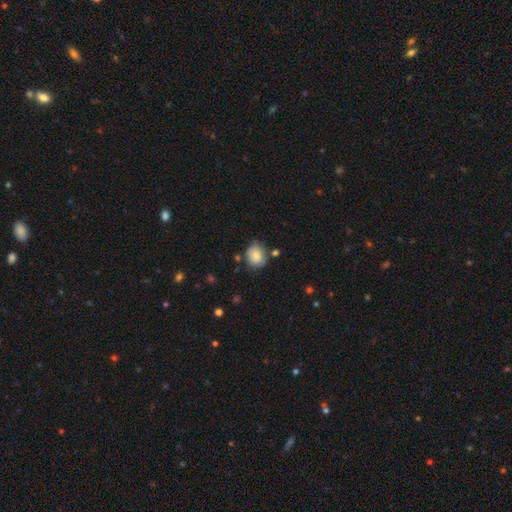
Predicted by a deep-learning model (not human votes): Overall: smooth (83%). How rounded: round (57%; in between 42%). Merging: none (69%).